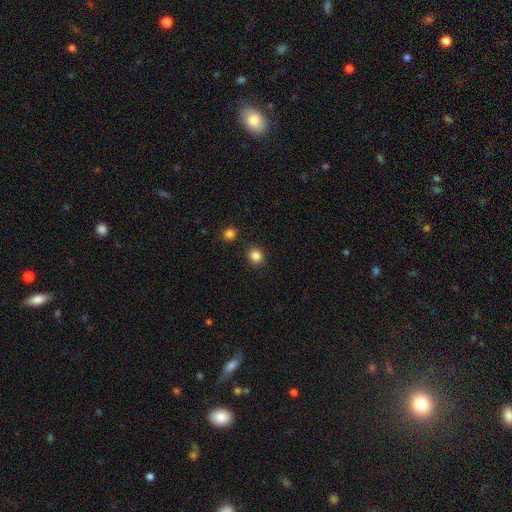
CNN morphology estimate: This is clearly a smooth galaxy (85%). How rounded: clearly round (82%). Merging: clearly none (89%).